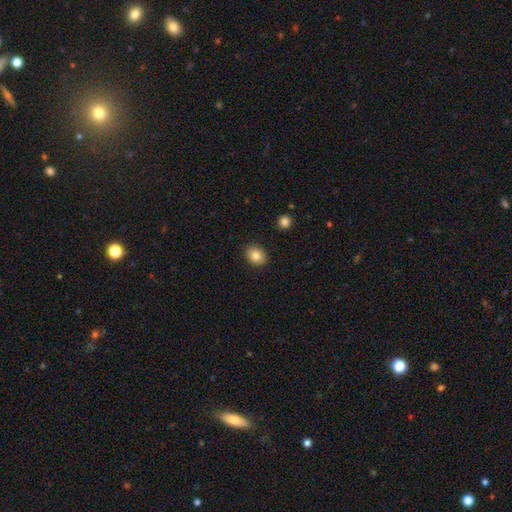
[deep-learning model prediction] This is clearly a smooth galaxy (84%). How rounded: possibly round (58%). Merging: clearly none (90%).